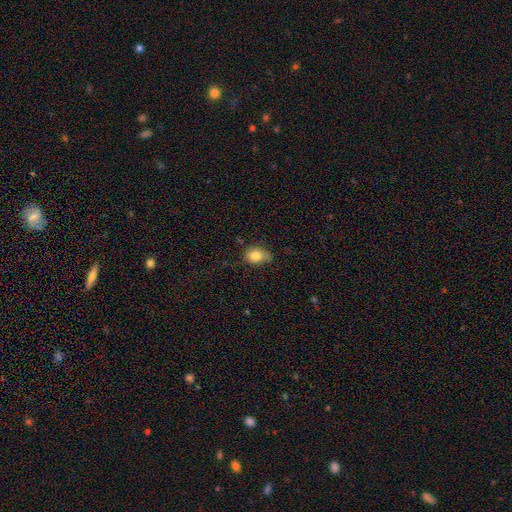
Smooth or featured?
  - smooth: 89% *
  - featured or disk: 8%
  - star or artifact: 3%
How rounded?
  - in between: 76% *
  - round: 24%
  - cigar-shaped: 0%
Merging?
  - none: 46% *
  - minor disturbance: 35%
  - major disturbance: 16%
  - merger: 3%